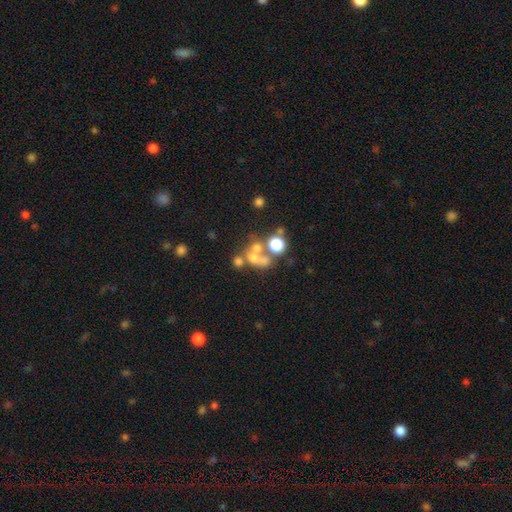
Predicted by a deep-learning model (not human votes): smooth 51%, featured or disk 28%, star or artifact 22%. Down the decision tree: how rounded — round (66%); merging — merger (50%).